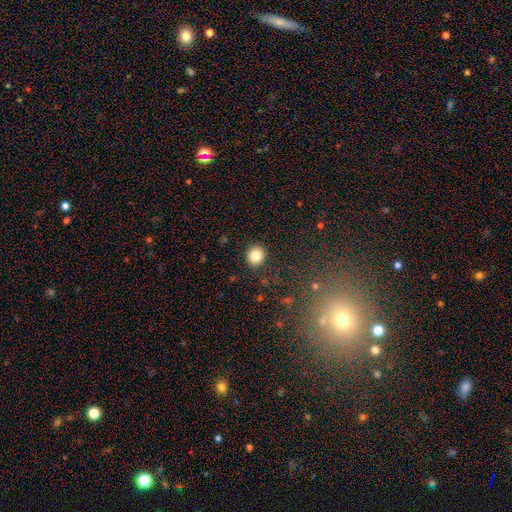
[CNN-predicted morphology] Q: Smooth or featured?
A: smooth (84%); runner-up: star or artifact (10%)
Q: How rounded?
A: round (77%); runner-up: in between (23%)
Q: Merging?
A: none (90%); runner-up: minor disturbance (7%)